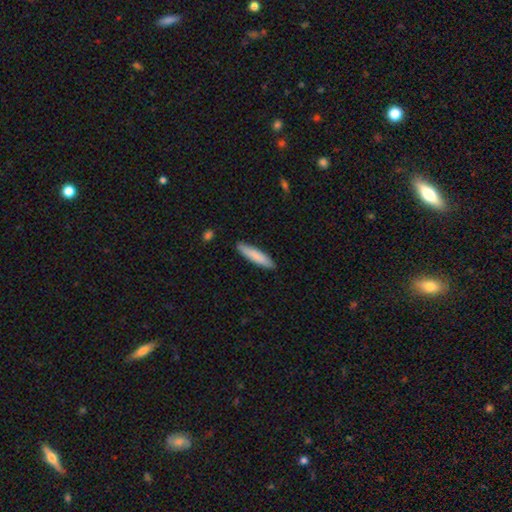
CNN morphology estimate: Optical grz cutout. It shows a smooth galaxy with no disk features (84%) that is cigar-shaped (84%). Merging: none (88%).